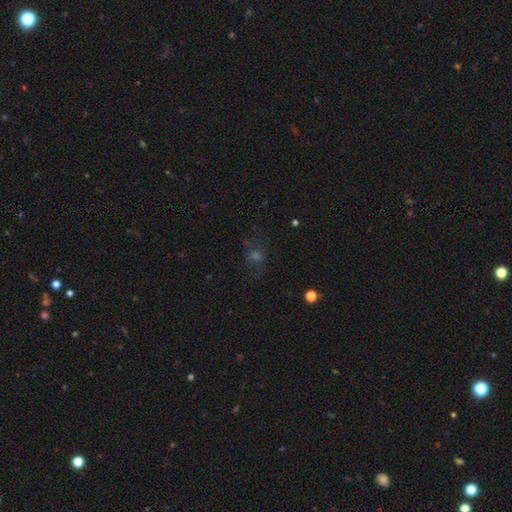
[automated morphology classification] smooth_or_featured: smooth (p=0.41) [tied with: star or artifact p=0.41]
merging: none (p=0.73) [alt: minor disturbance p=0.15]